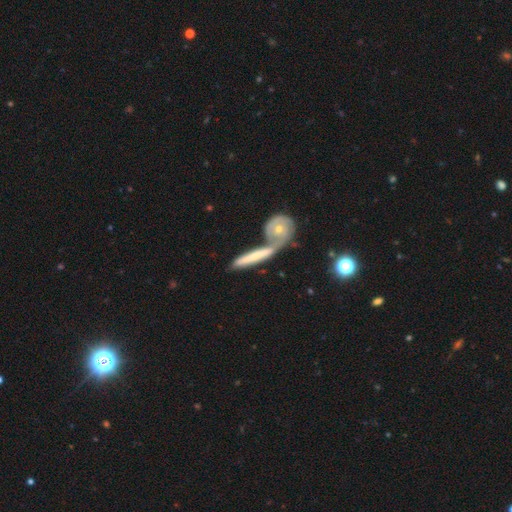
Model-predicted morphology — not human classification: smooth-or-featured: featured or disk: 49% | smooth: 45% | star or artifact: 6%
  merging: merger: 46% | none: 38% | minor disturbance: 11% | major disturbance: 5%